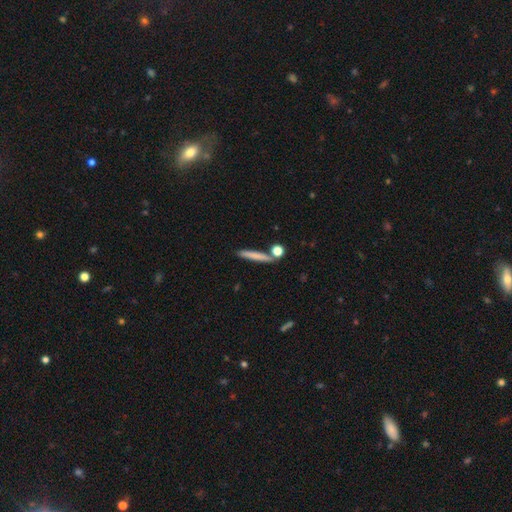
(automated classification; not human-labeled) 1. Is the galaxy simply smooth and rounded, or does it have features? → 72% smooth, 21% featured or disk, 7% star or artifact.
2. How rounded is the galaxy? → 89% cigar-shaped, 6% in between, 5% round.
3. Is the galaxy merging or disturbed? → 79% none, 9% minor disturbance, 9% merger, 3% major disturbance.